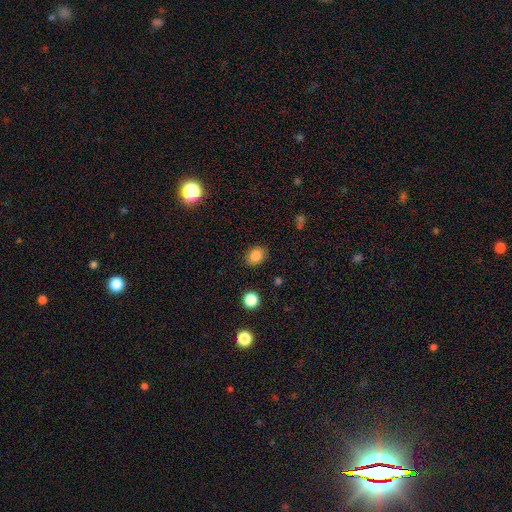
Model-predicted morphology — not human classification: This appears to be a smooth galaxy with no disk features (84%) that is in between round and cigar-shaped (59%). Merging: none (85%).